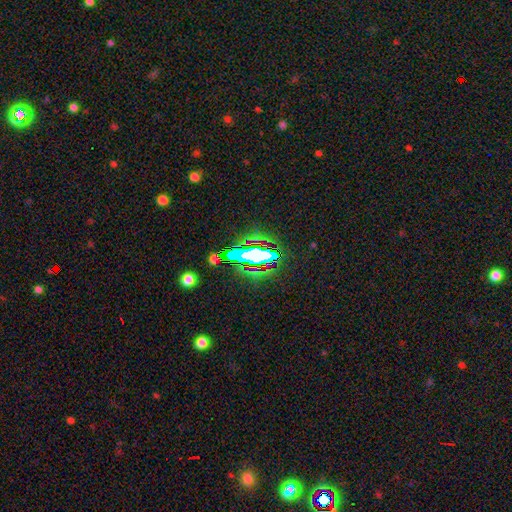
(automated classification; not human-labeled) Overall: star or artifact (52%; smooth 30%).